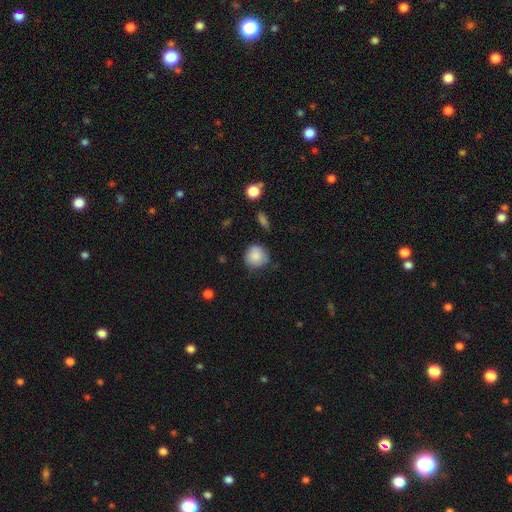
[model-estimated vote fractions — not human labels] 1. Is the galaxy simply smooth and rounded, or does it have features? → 86% smooth, 8% star or artifact, 6% featured or disk.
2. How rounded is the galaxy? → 89% round, 10% in between, 1% cigar-shaped.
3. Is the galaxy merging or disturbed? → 73% none, 21% minor disturbance, 4% major disturbance, 2% merger.